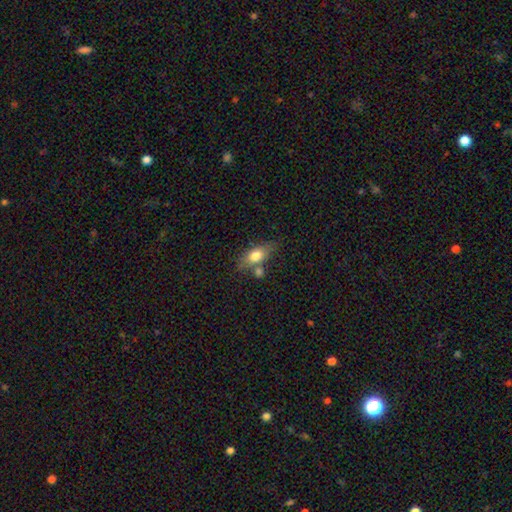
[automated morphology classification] The model was most divided on "merging": none: 56%, merger: 22%, minor disturbance: 17%, major disturbance: 5%. More confident: how rounded — in between (78%); smooth or featured — smooth (73%).